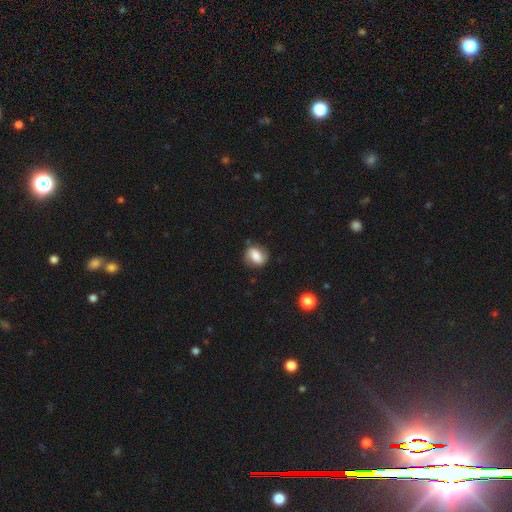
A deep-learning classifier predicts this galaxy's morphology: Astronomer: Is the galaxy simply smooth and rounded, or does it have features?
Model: smooth — 50% (runner-up: featured or disk, 41%).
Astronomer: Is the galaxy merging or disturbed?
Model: none — 75%.